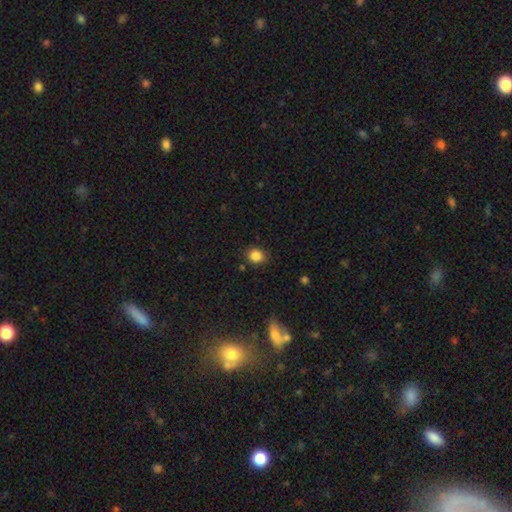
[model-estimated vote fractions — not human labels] A smooth galaxy with no disk features (85%) that is round (79%). Merging: none (82%).